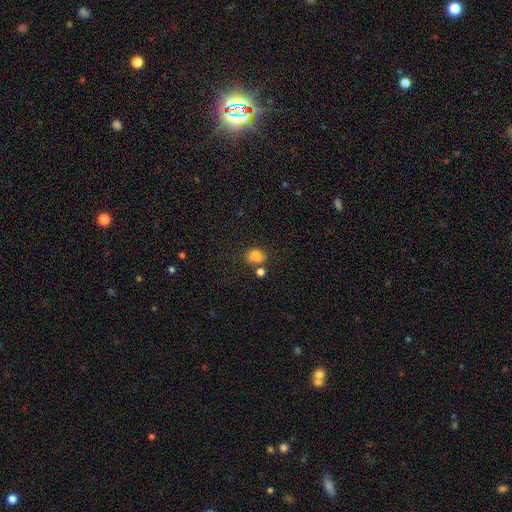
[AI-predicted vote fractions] Overall: smooth (77%). How rounded: in between (57%; round 41%). Merging: none (50%; merger 25%).